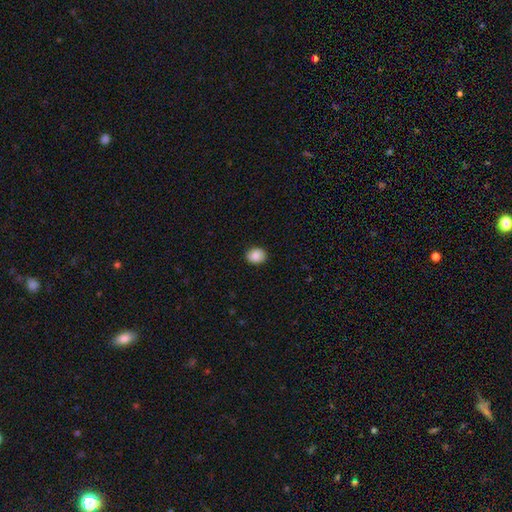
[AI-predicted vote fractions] Overall: smooth (85%). How rounded: round (60%; in between 39%). Merging: none (88%).